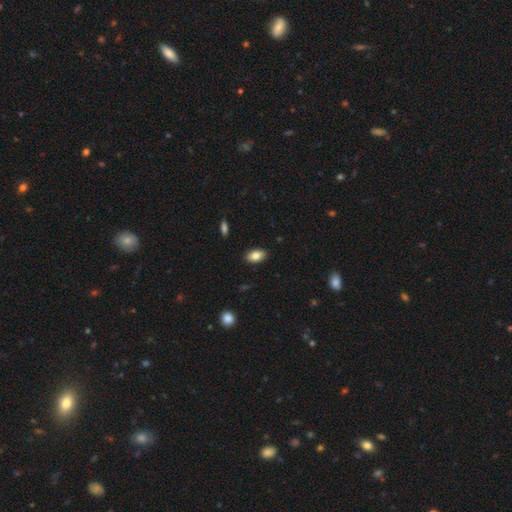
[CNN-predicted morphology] The model was most divided on "smooth or featured": smooth: 83%, featured or disk: 10%, star or artifact: 7%. More confident: how rounded — in between (92%); merging — none (88%).